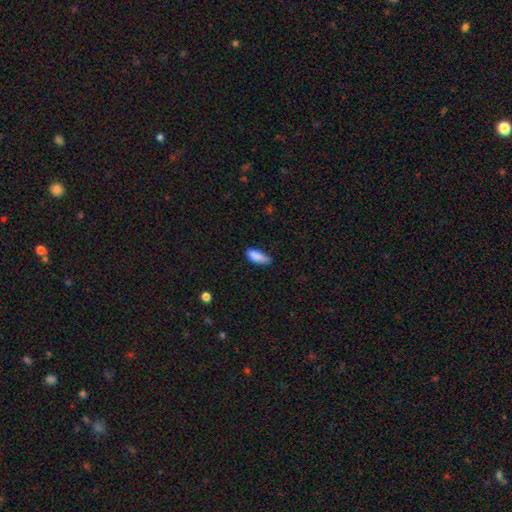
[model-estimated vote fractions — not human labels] The model was most divided on "merging": minor disturbance: 41%, none: 40%, major disturbance: 13%, merger: 6%. More confident: smooth or featured — smooth (82%); how rounded — in between (75%).